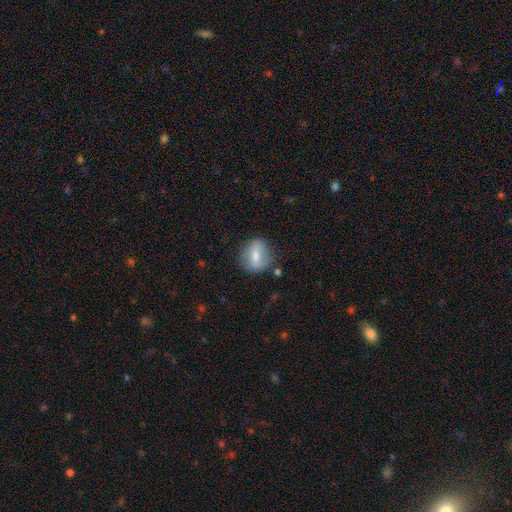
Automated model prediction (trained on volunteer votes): The model was most divided on "how rounded": round: 60%, in between: 37%, cigar-shaped: 3%. More confident: merging — none (73%); smooth or featured — smooth (66%).